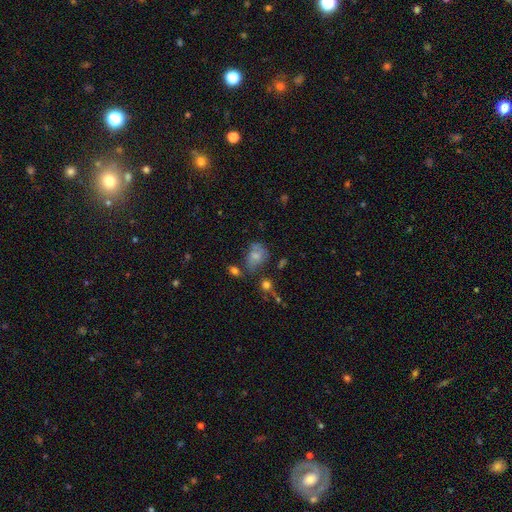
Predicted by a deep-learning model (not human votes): Q: Smooth or featured?
A: smooth (62%); runner-up: featured or disk (26%)
Q: How rounded?
A: in between (64%); runner-up: round (35%)
Q: Merging?
A: none (42%); runner-up: minor disturbance (29%)